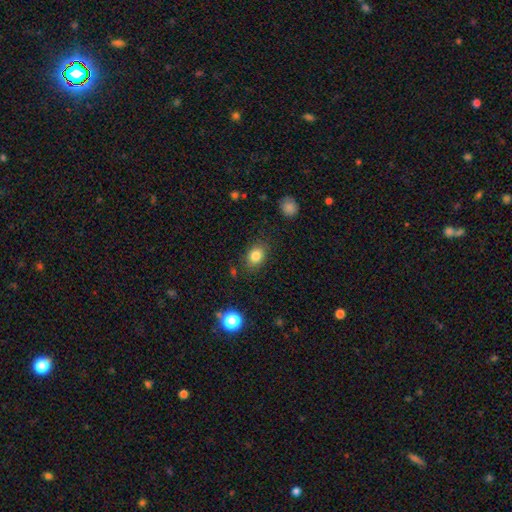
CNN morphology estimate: smooth-or-featured: smooth: 83% | star or artifact: 11% | featured or disk: 7%
  how-rounded: in between: 59% | round: 40% | cigar-shaped: 1%
  merging: none: 82% | minor disturbance: 12% | major disturbance: 4% | merger: 2%